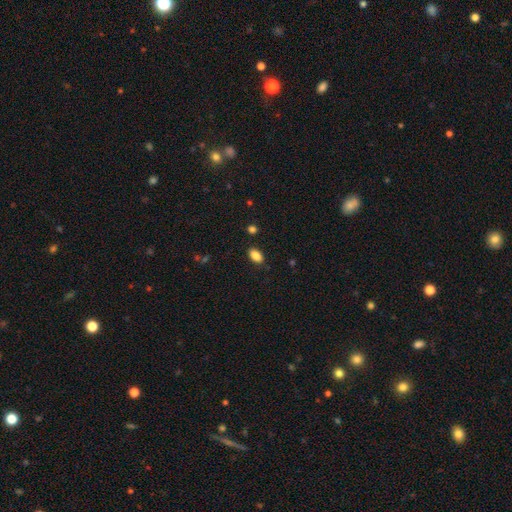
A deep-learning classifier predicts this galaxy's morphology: The model was most divided on "merging": none: 87%, minor disturbance: 9%, major disturbance: 2%, merger: 2%. More confident: how rounded — in between (91%); smooth or featured — smooth (87%).